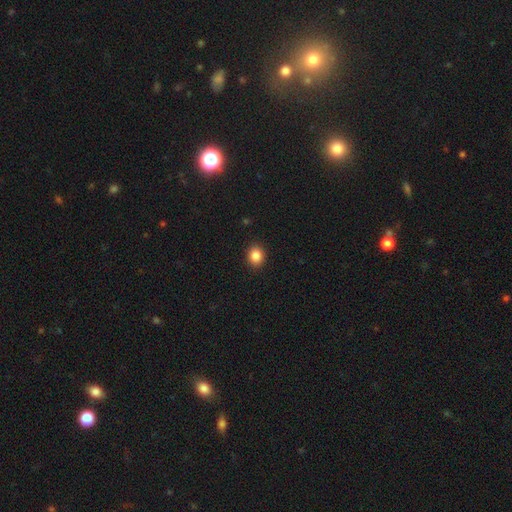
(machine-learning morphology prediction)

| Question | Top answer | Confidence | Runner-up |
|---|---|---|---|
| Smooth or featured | smooth | 86% | star or artifact (10%) |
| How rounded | round | 63% | in between (36%) |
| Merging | none | 91% | minor disturbance (6%) |